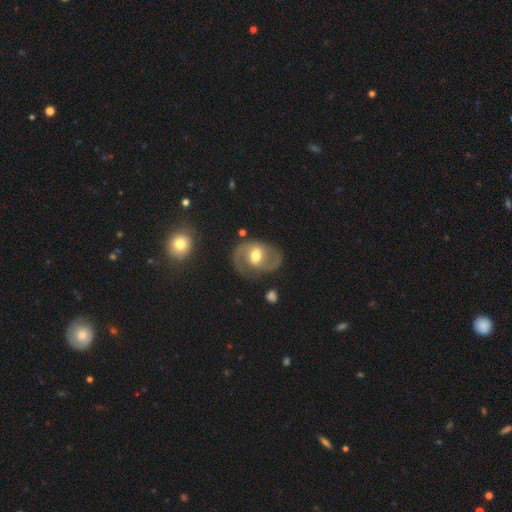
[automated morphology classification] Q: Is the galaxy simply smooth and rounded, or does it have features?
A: featured or disk — 74%.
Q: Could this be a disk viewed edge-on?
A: no — 97%.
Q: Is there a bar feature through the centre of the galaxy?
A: weak — 47%.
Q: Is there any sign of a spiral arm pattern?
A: yes — 82%.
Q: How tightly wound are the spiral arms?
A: medium — 52%.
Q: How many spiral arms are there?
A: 2 — 85%.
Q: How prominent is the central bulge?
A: moderate — 71%.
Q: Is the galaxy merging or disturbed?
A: none — 72%.